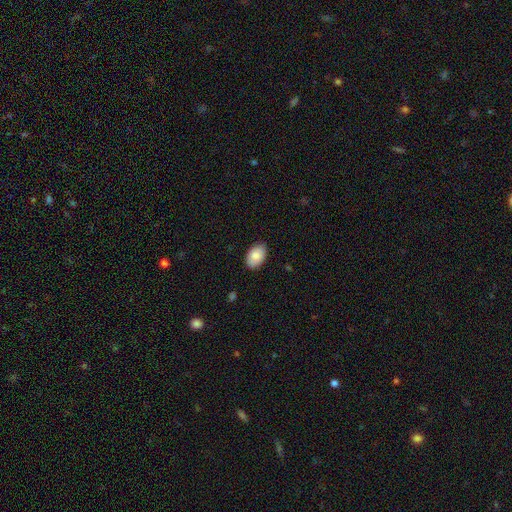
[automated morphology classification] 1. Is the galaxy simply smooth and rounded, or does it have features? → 85% smooth, 8% featured or disk, 6% star or artifact.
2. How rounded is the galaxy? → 90% in between, 9% round, 1% cigar-shaped.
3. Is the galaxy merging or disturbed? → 86% none, 11% minor disturbance, 2% major disturbance, 1% merger.